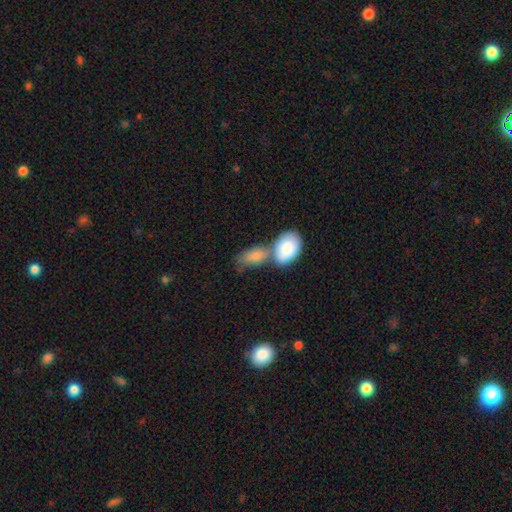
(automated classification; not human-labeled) Smooth or featured?
  - smooth: 83% *
  - featured or disk: 12%
  - star or artifact: 6%
How rounded?
  - in between: 91% *
  - round: 6%
  - cigar-shaped: 3%
Merging?
  - merger: 56% *
  - none: 26%
  - minor disturbance: 12%
  - major disturbance: 6%